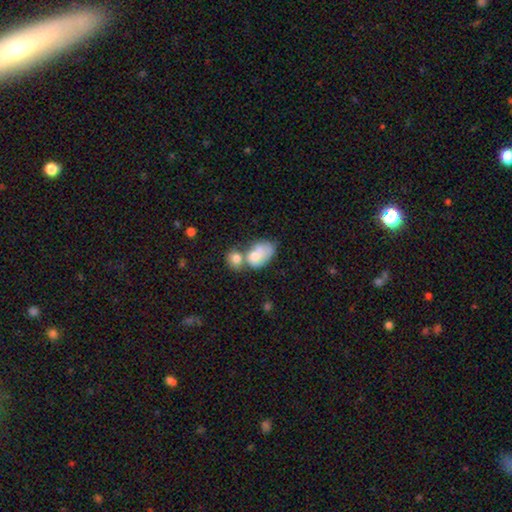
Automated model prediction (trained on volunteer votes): smooth 71%, featured or disk 22%, star or artifact 8%. Down the decision tree: how rounded — in between (80%); merging — merger (62%).